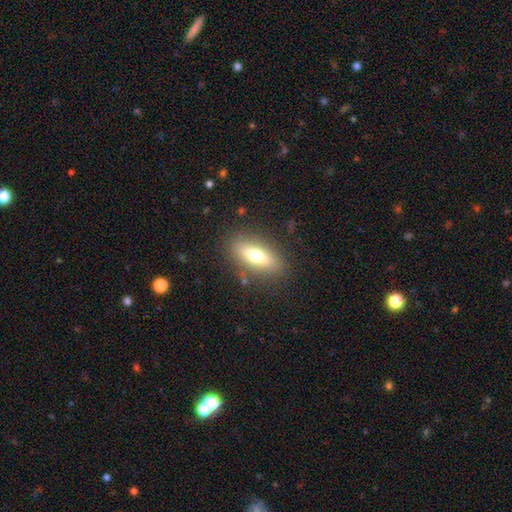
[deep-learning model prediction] This appears to be a smooth galaxy with no disk features (65%) that is in between round and cigar-shaped (74%). Merging: none (83%).